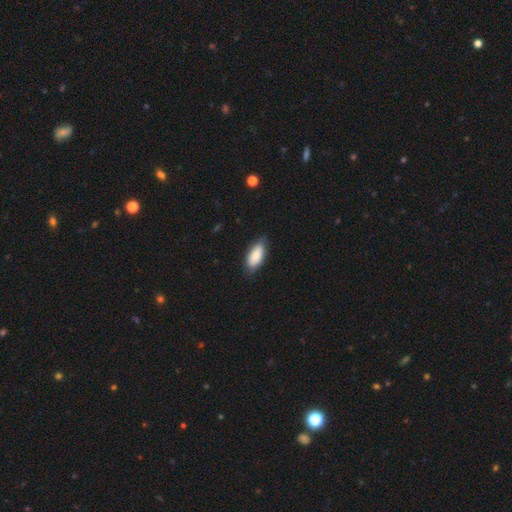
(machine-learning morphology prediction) Q: Smooth or featured?
A: smooth (84%); runner-up: featured or disk (10%)
Q: How rounded?
A: in between (88%); runner-up: cigar-shaped (10%)
Q: Merging?
A: none (76%); runner-up: minor disturbance (19%)